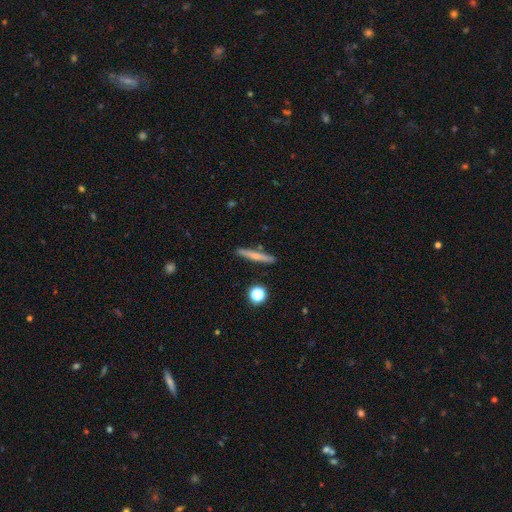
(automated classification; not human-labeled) smooth 62%, featured or disk 31%, star or artifact 8%. Down the decision tree: how rounded — cigar-shaped (93%); merging — none (88%).